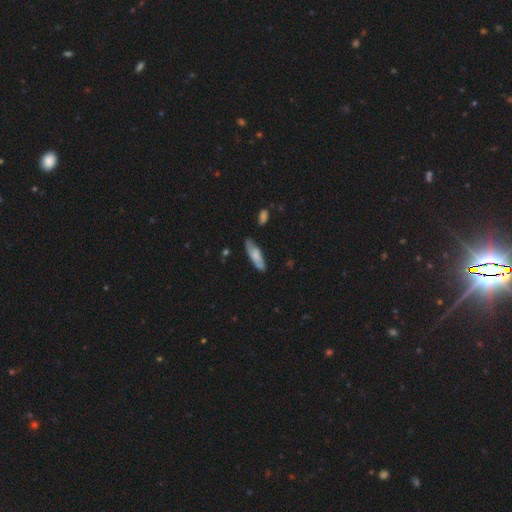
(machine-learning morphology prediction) smooth_or_featured: smooth (p=0.62) [alt: featured or disk p=0.32]
how_rounded: cigar-shaped (p=0.51) [alt: in between p=0.47]
merging: none (p=0.70) [alt: minor disturbance p=0.23]